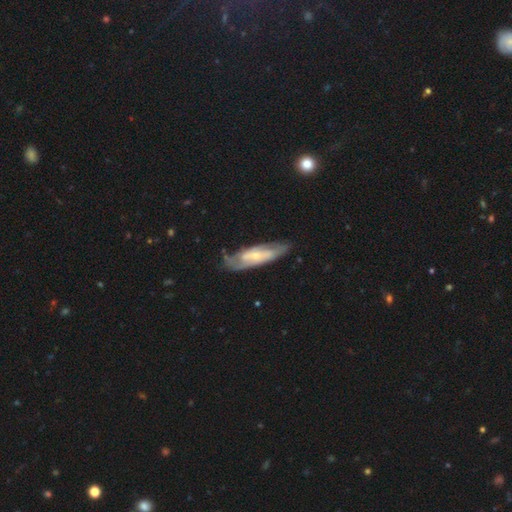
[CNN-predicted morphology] Q: Smooth or featured?
A: featured or disk (69%); runner-up: smooth (25%)
Q: Edge-on disk?
A: no (78%); runner-up: yes (22%)
Q: Bar?
A: no (48%); runner-up: weak (36%)
Q: Spiral arms?
A: yes (81%); runner-up: no (19%)
Q: Bulge size?
A: small (61%); runner-up: moderate (32%)
Q: Merging?
A: none (67%); runner-up: minor disturbance (22%)